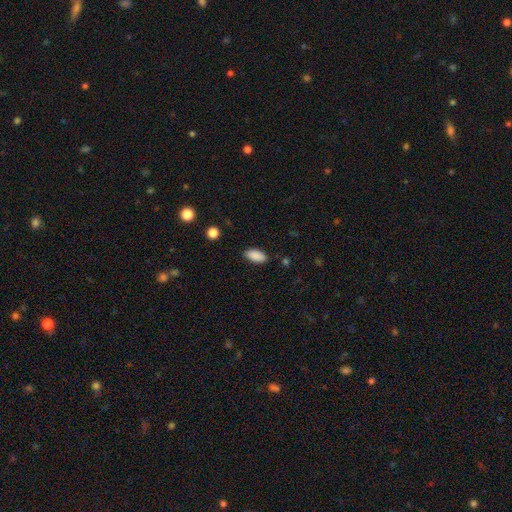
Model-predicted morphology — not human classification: The model was most divided on "merging": none: 85%, minor disturbance: 11%, major disturbance: 2%, merger: 1%. More confident: how rounded — in between (91%); smooth or featured — smooth (89%).